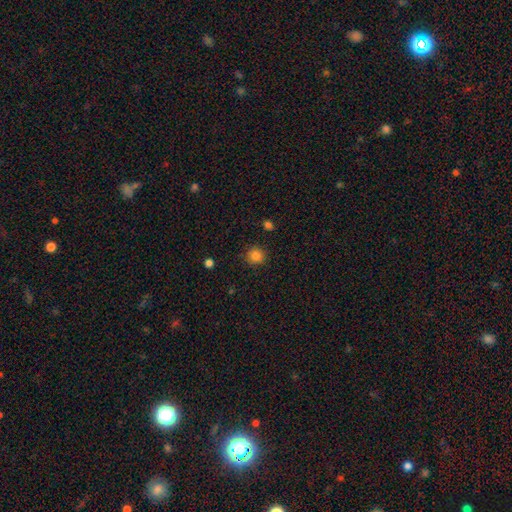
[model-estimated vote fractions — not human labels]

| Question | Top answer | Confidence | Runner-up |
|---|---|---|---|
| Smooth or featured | smooth | 85% | star or artifact (12%) |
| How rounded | round | 92% | in between (7%) |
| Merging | none | 89% | minor disturbance (7%) |